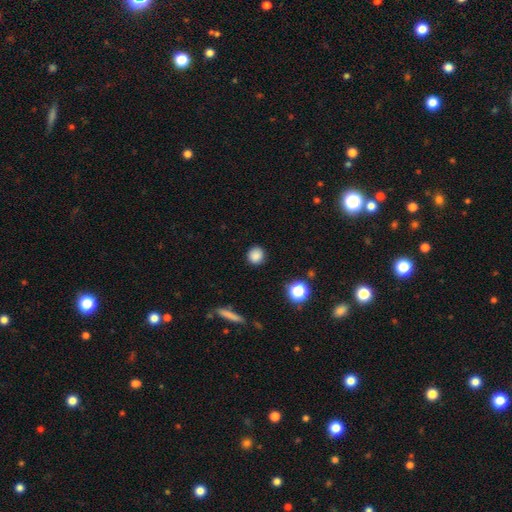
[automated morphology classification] Smooth or featured? smooth (85%)
How rounded? round (85%)
Merging? none (89%)